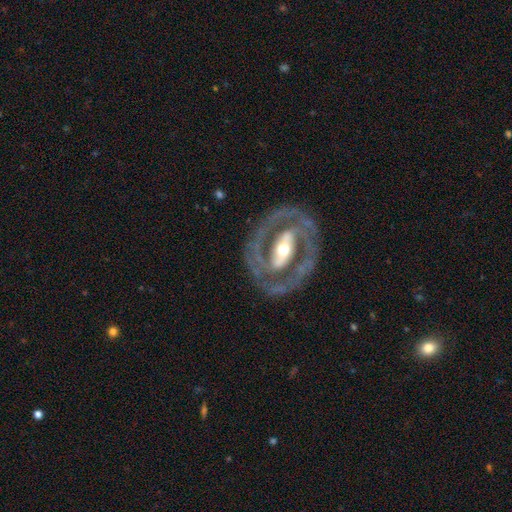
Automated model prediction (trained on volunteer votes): Smooth or featured? Predicted: featured or disk (p=0.84). Edge-on disk? Predicted: no (p=0.93). Bar? Predicted: strong (p=0.51). Spiral arms? Predicted: yes (p=0.61). Bulge size? Predicted: moderate (p=0.62). Merging? Predicted: none (p=0.77).